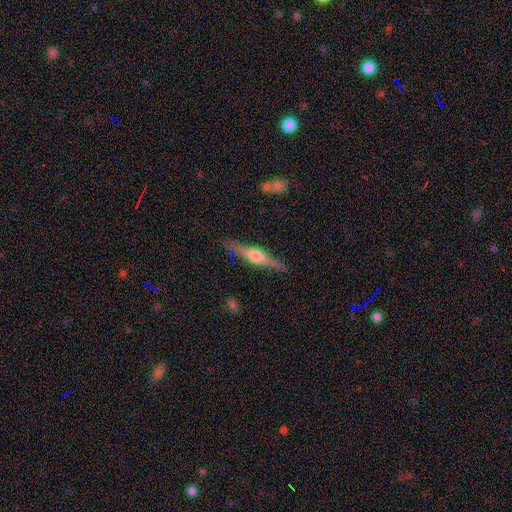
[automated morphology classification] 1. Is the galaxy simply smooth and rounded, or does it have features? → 70% featured or disk, 24% smooth, 6% star or artifact.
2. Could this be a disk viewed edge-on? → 97% yes, 3% no.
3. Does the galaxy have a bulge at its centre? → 88% rounded, 8% boxy, 4% none.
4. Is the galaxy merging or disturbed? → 87% none, 9% minor disturbance, 2% major disturbance, 2% merger.